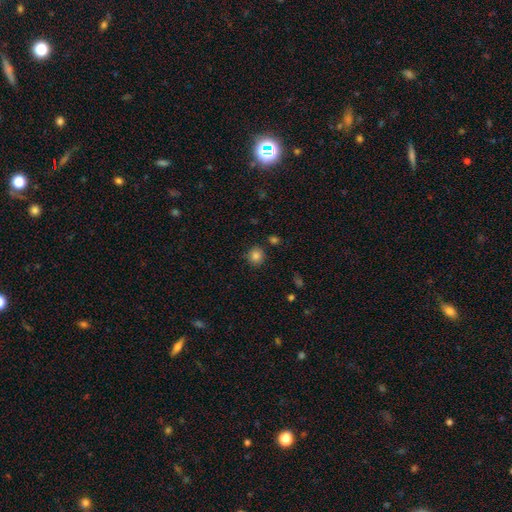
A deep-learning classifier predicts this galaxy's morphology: Smooth or featured?
  - smooth: 84% *
  - star or artifact: 11%
  - featured or disk: 5%
How rounded?
  - round: 91% *
  - in between: 8%
  - cigar-shaped: 1%
Merging?
  - none: 85% *
  - minor disturbance: 9%
  - merger: 3%
  - major disturbance: 3%